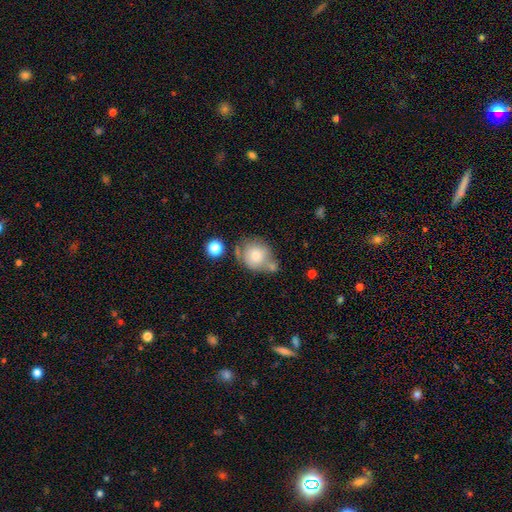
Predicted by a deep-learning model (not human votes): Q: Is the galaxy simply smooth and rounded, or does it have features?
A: smooth — 73%.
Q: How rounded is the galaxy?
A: round — 77%.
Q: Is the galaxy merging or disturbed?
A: none — 43%.